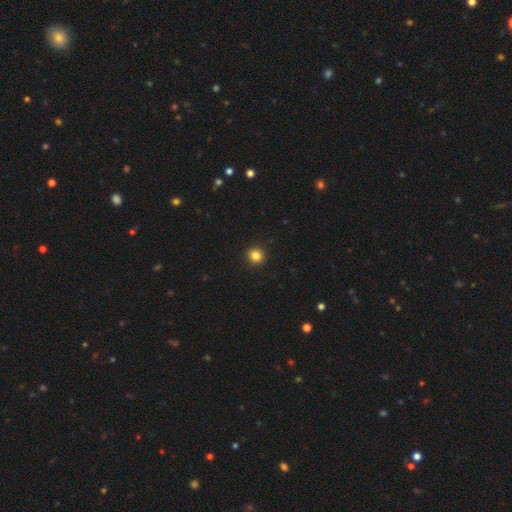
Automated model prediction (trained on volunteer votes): Q: Smooth or featured?
A: smooth (84%); runner-up: star or artifact (12%)
Q: How rounded?
A: round (91%); runner-up: in between (8%)
Q: Merging?
A: none (93%); runner-up: minor disturbance (4%)